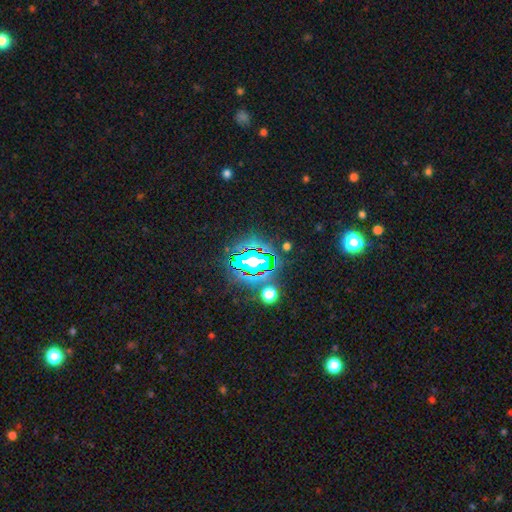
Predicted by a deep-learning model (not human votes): Smooth or featured? star or artifact (82%)